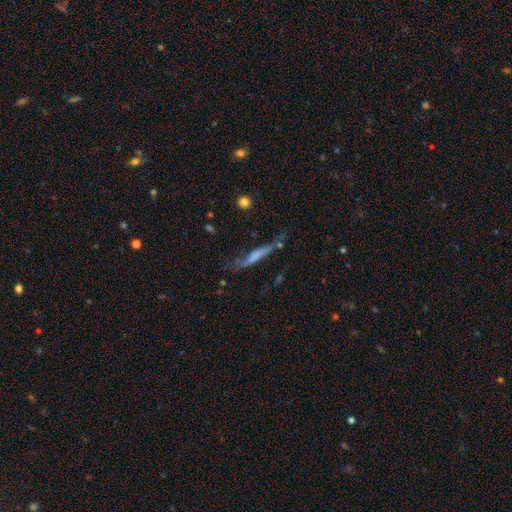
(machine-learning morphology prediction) The model was most divided on "smooth or featured": smooth: 50%, featured or disk: 42%, star or artifact: 8%. More confident: how rounded — cigar-shaped (90%); merging — none (56%).